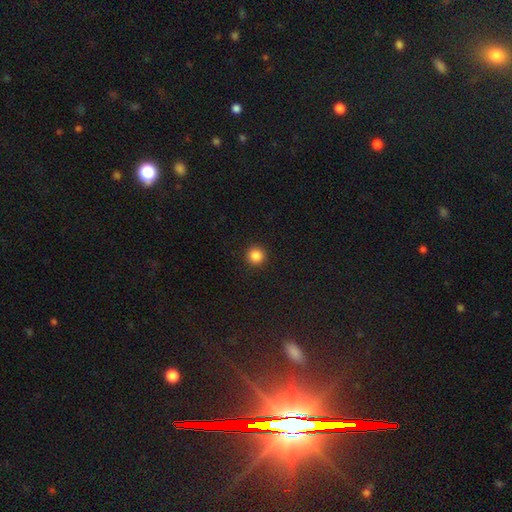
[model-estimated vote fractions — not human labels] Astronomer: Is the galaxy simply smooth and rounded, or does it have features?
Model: smooth — 86%.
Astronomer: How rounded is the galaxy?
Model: round — 96%.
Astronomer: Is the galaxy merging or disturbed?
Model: none — 93%.